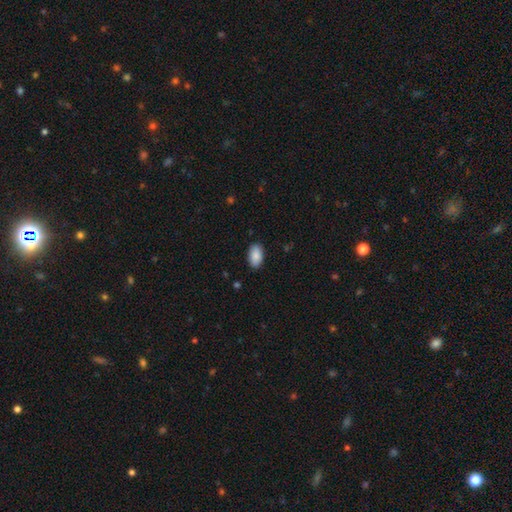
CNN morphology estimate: The model was most divided on "merging": none: 88%, minor disturbance: 9%, major disturbance: 2%, merger: 1%. More confident: how rounded — in between (95%); smooth or featured — smooth (89%).